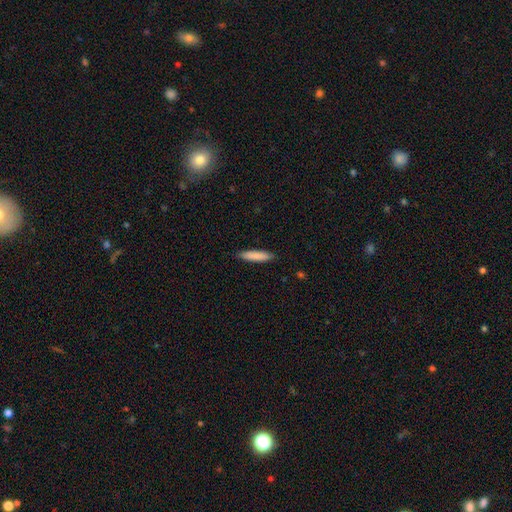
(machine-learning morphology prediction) type=smooth (86%); roundness=cigar-shaped (82%); merging=none (88%).